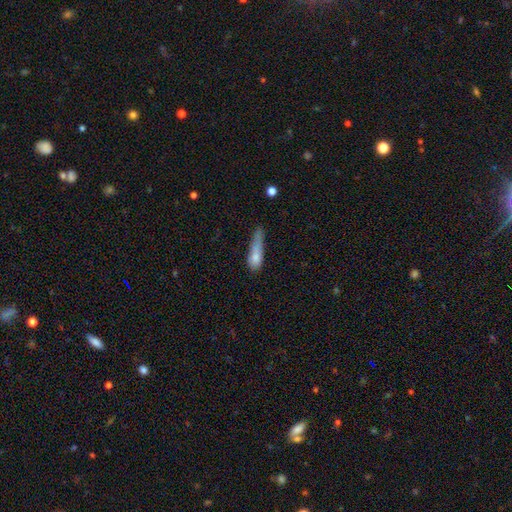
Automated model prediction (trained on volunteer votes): Smooth or featured: smooth — 73% (featured or disk — 18%)
How rounded: cigar-shaped — 63% (in between — 33%)
Merging: minor disturbance — 35% (major disturbance — 32%)